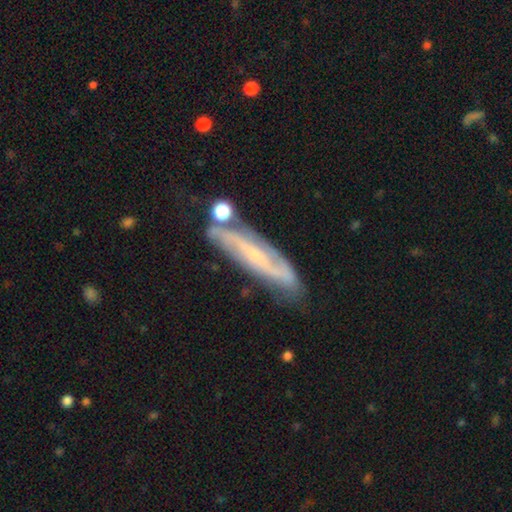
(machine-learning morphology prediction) Smooth or featured? featured or disk (77%)
Edge-on disk? no (69%)
Bar? no (42%)
Spiral arms? yes (92%)
Bulge size? small (73%)
Merging? none (68%)